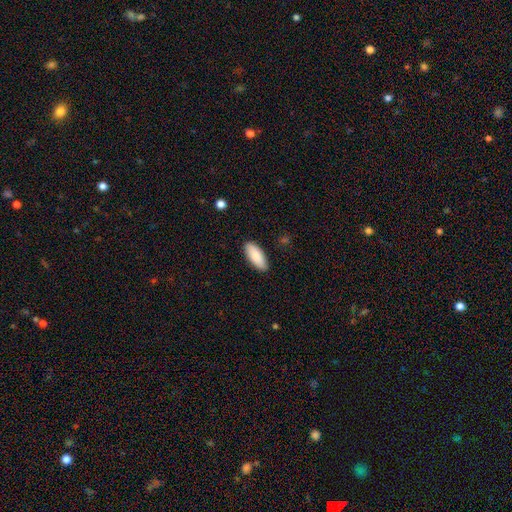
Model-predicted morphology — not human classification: Overall: smooth (89%). How rounded: in between (81%). Merging: none (89%).